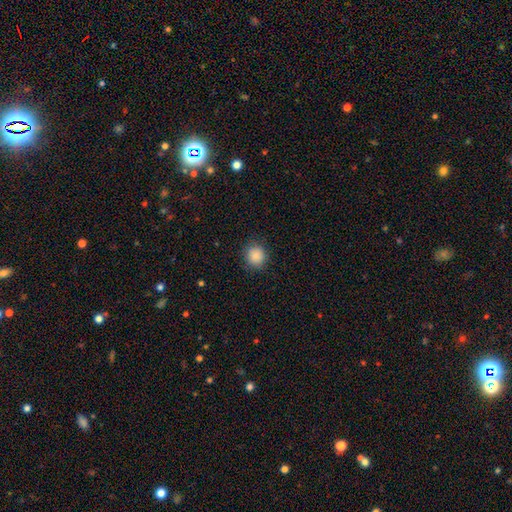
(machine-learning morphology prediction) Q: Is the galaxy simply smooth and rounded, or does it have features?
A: smooth — 87%.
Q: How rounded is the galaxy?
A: round — 90%.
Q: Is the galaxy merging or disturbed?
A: none — 89%.